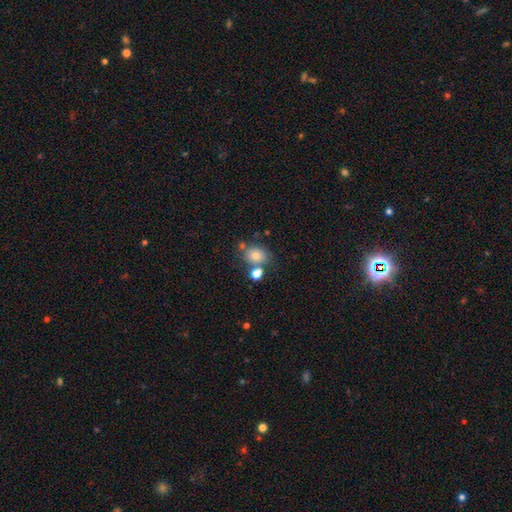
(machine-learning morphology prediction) A smooth galaxy with no disk features (76%) that is round (52%).

Vote fractions:
- Smooth or featured? smooth: 76% / featured or disk: 13% / star or artifact: 12%
- How rounded? round: 52% / in between: 47% / cigar-shaped: 1%
- Merging? none: 58% / merger: 24% / minor disturbance: 13% / major disturbance: 5%